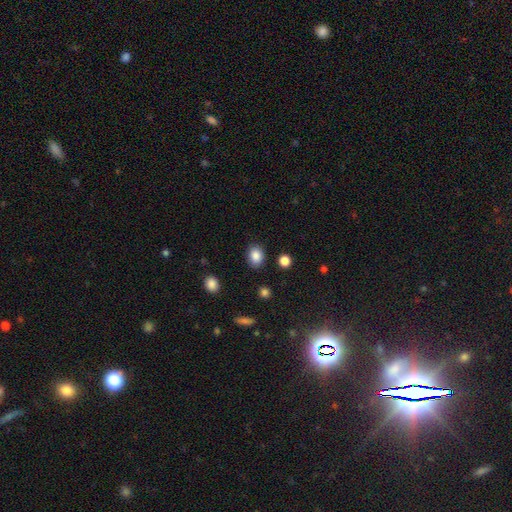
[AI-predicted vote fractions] This is clearly a smooth galaxy (86%). How rounded: possibly in between (59%). Merging: clearly none (85%).